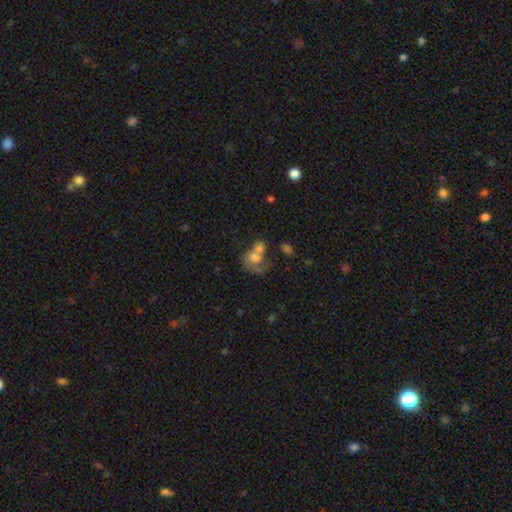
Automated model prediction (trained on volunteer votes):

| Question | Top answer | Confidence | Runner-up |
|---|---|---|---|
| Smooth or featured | smooth | 55% | featured or disk (33%) |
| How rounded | in between | 61% | round (38%) |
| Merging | merger | 58% | major disturbance (16%) |